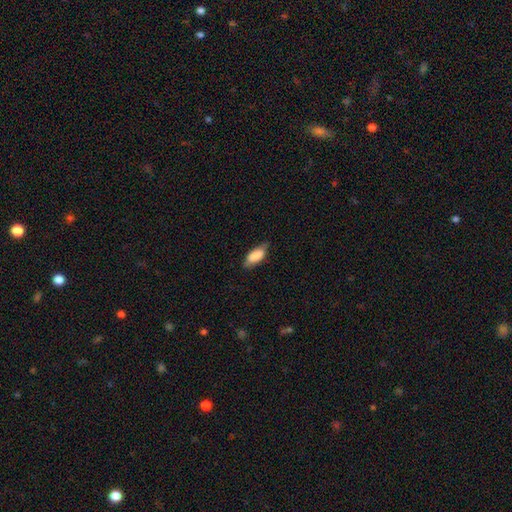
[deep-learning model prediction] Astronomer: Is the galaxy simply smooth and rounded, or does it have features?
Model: smooth — 81%.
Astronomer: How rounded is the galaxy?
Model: in between — 82%.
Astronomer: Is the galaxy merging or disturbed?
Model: none — 69%.